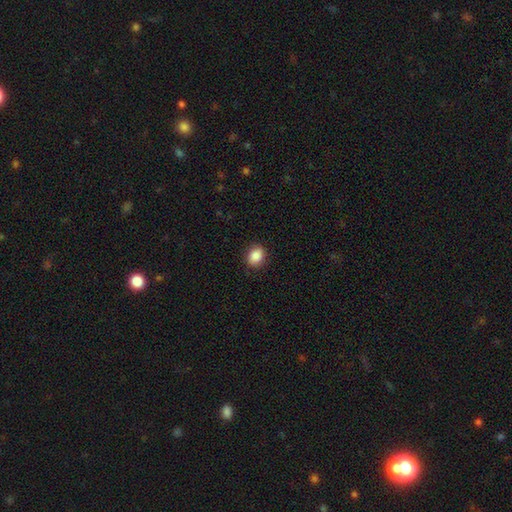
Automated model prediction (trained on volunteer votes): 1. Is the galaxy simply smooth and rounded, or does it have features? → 87% smooth, 9% star or artifact, 4% featured or disk.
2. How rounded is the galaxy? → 52% round, 47% in between, 1% cigar-shaped.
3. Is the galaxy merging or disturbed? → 89% none, 8% minor disturbance, 2% major disturbance, 1% merger.